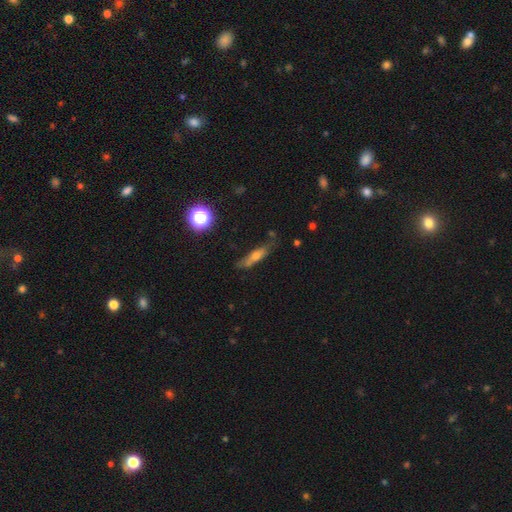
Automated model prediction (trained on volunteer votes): Q: Smooth or featured?
A: smooth (51%); runner-up: featured or disk (37%)
Q: How rounded?
A: cigar-shaped (70%); runner-up: in between (25%)
Q: Merging?
A: none (65%); runner-up: minor disturbance (24%)